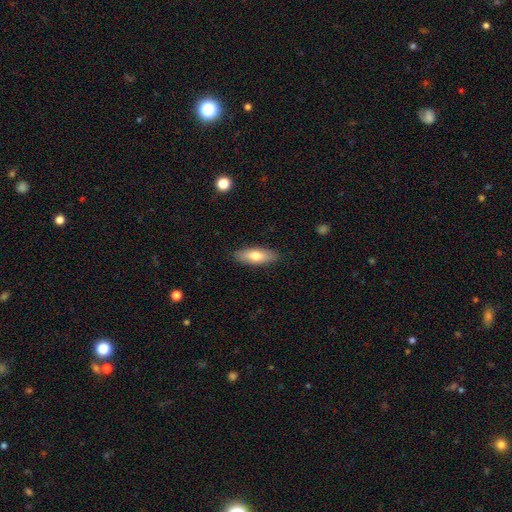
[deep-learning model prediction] Morphology: type=smooth (71%); roundness=in between (68%); merging=none (87%).